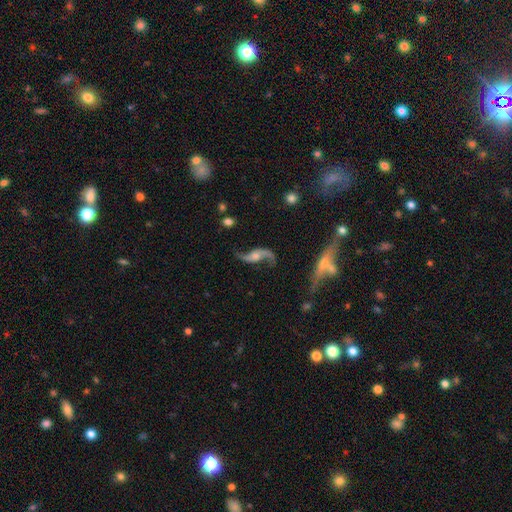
Volunteers were most divided on "bulge size": moderate: 40%, small: 33%, none: 20%, large: 7%, dominant: 0%. More confident: spiral arms — yes (100%); spiral winding — loose (97%); spiral arm count — 2 (93%); smooth or featured — featured or disk (92%); edge-on disk — no (88%); merging — none (69%); bar — no (63%).